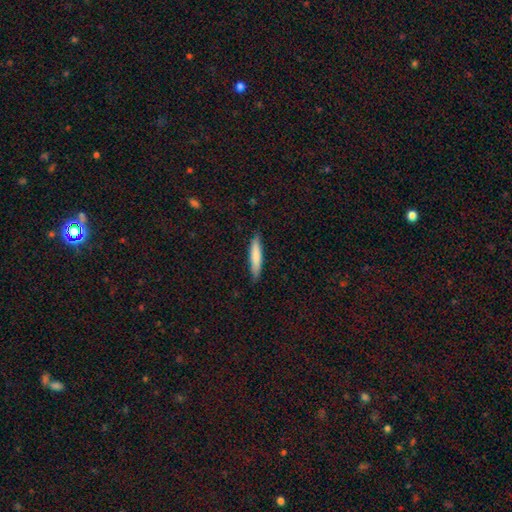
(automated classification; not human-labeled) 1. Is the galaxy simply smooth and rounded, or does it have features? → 79% smooth, 15% featured or disk, 5% star or artifact.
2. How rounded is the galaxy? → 86% cigar-shaped, 13% in between, 1% round.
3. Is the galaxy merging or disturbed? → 85% none, 12% minor disturbance, 2% major disturbance, 1% merger.